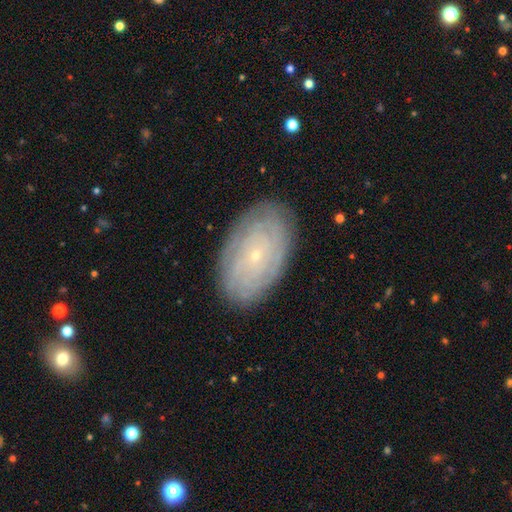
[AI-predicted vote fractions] The model was most divided on "smooth or featured": featured or disk: 64%, smooth: 27%, star or artifact: 8%. More confident: edge-on disk — no (94%); bulge size — small (89%); merging — none (85%); bar — no (85%); spiral arms — yes (79%).